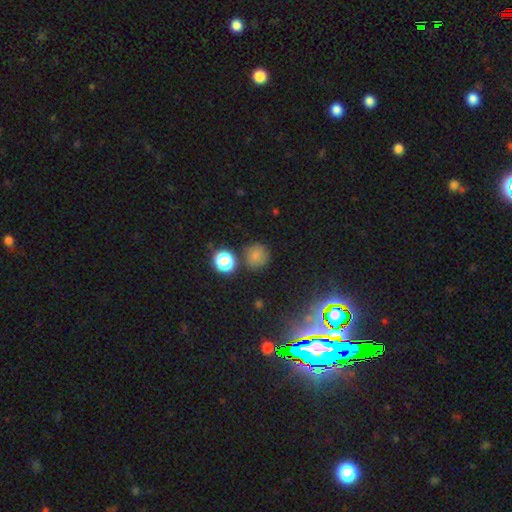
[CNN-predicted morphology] The model was most divided on "smooth or featured": smooth: 73%, star or artifact: 19%, featured or disk: 8%. More confident: how rounded — round (89%); merging — none (77%).